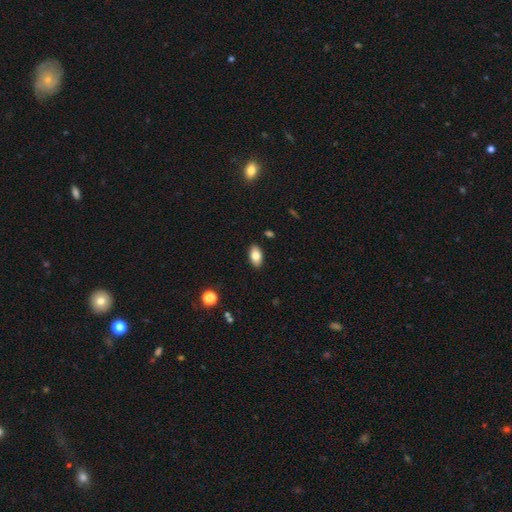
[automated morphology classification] This is clearly a smooth galaxy (81%). How rounded: clearly in between (93%). Merging: clearly none (89%).